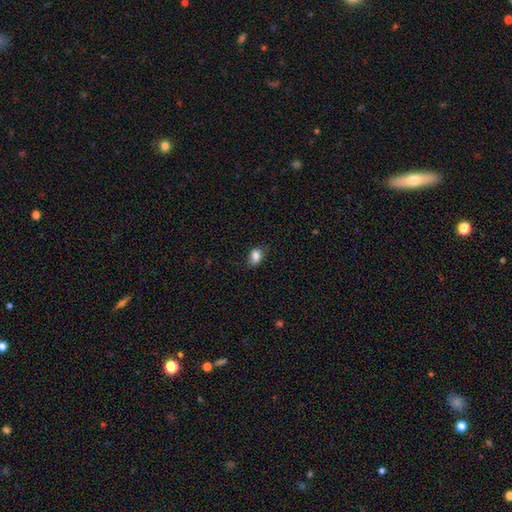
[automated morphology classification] Smooth or featured?
  - smooth: 85% *
  - star or artifact: 9%
  - featured or disk: 6%
How rounded?
  - in between: 80% *
  - round: 19%
  - cigar-shaped: 2%
Merging?
  - none: 75% *
  - minor disturbance: 20%
  - major disturbance: 4%
  - merger: 1%